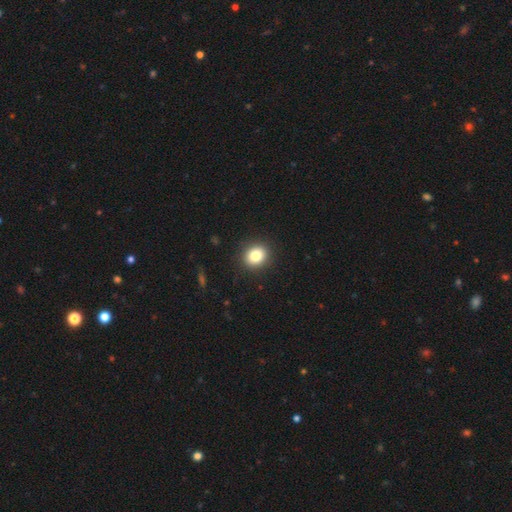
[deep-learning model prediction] This is clearly a smooth galaxy (83%). How rounded: likely round (67%). Merging: clearly none (90%).